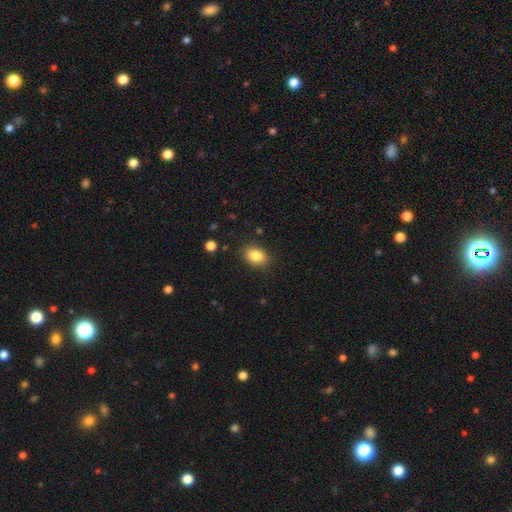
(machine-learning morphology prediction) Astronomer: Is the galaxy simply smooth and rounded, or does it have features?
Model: smooth — 85%.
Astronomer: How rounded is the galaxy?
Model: in between — 82%.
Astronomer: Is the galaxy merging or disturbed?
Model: none — 86%.